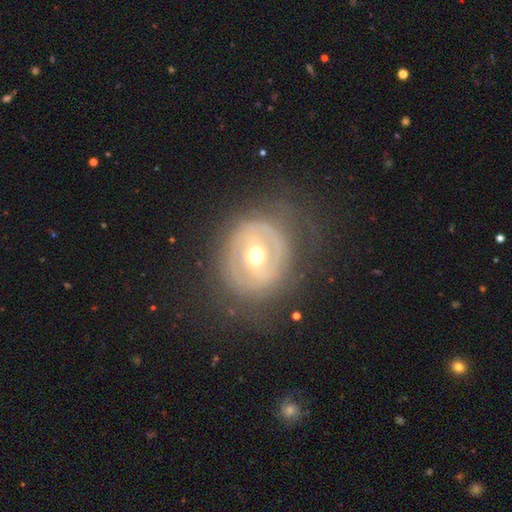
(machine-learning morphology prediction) This is likely a featured or disk galaxy (74%). It is clearly not viewed edge-on (95%). Bar: marginally no (42%). Spiral arm pattern: possibly yes (55%). Central bulge: likely moderate (74%). Merging: likely none (69%).